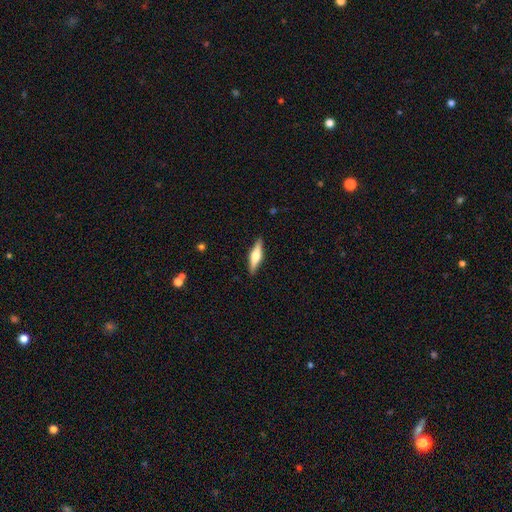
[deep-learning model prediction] smooth-or-featured: featured or disk: 58% | smooth: 37% | star or artifact: 5%
  disk-edge-on: yes: 96% | no: 4%
    edge-on-bulge: rounded: 91% | boxy: 7% | none: 2%
  merging: none: 90% | minor disturbance: 7% | major disturbance: 2% | merger: 1%